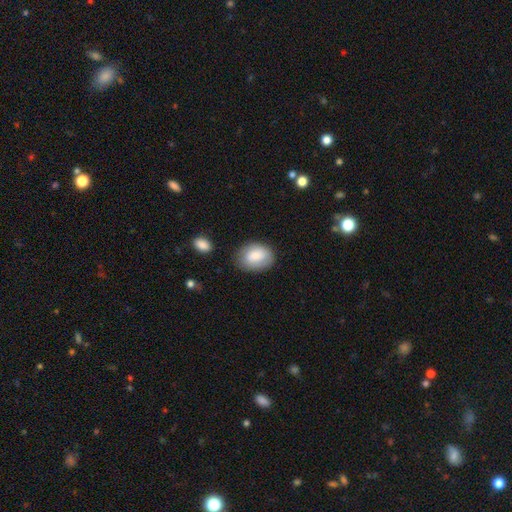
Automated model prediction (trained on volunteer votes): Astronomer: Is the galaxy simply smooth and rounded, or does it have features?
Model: smooth — 81%.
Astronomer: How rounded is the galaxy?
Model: in between — 73%.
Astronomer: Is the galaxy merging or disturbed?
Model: none — 75%.